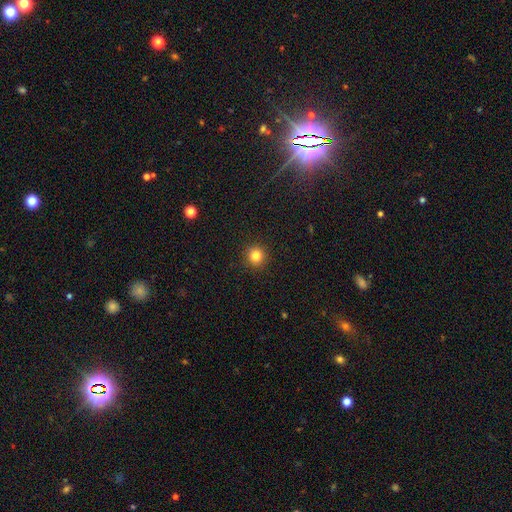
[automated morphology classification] Overall: smooth (83%). How rounded: round (94%). Merging: none (92%).